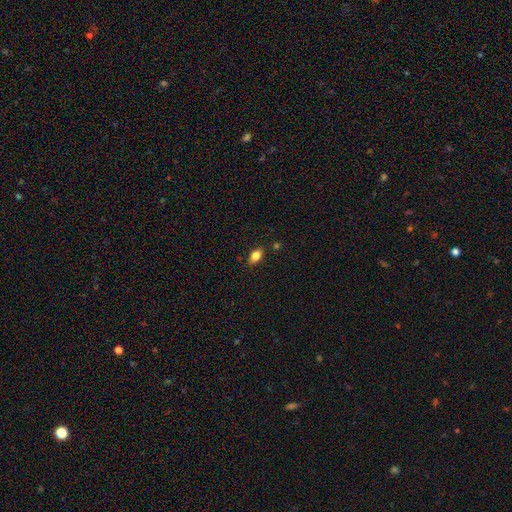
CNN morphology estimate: A smooth galaxy with no disk features (82%) that is in between round and cigar-shaped (88%).

Vote fractions:
- Smooth or featured? smooth: 82% / star or artifact: 10% / featured or disk: 9%
- How rounded? in between: 88% / round: 9% / cigar-shaped: 4%
- Merging? none: 83% / minor disturbance: 12% / merger: 3% / major disturbance: 2%